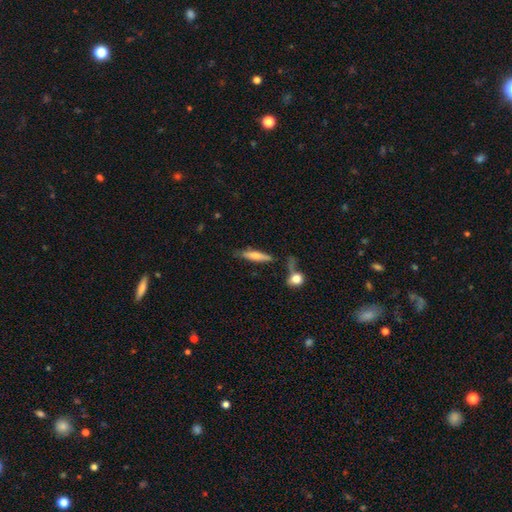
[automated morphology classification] type=smooth (68%); roundness=cigar-shaped (79%); merging=none (68%).